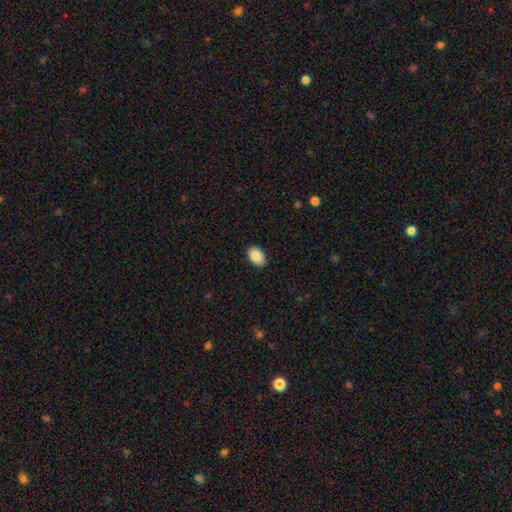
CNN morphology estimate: The model was most divided on "how rounded": in between: 87%, round: 12%, cigar-shaped: 1%. More confident: merging — none (89%); smooth or featured — smooth (87%).